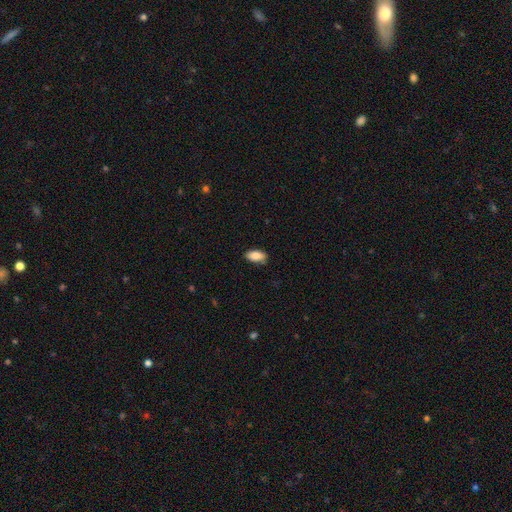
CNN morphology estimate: A smooth galaxy with no disk features (86%) that is in between round and cigar-shaped (92%).

Vote fractions:
- Smooth or featured? smooth: 86% / featured or disk: 7% / star or artifact: 7%
- How rounded? in between: 92% / cigar-shaped: 5% / round: 3%
- Merging? none: 83% / minor disturbance: 14% / major disturbance: 2% / merger: 1%